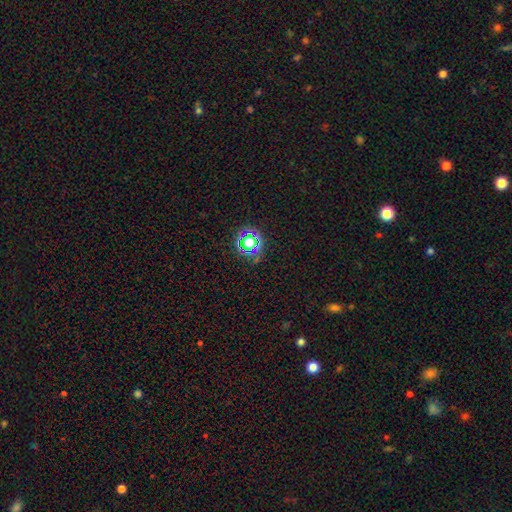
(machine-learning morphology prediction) smooth_or_featured: star or artifact (p=0.73) [alt: smooth p=0.19]